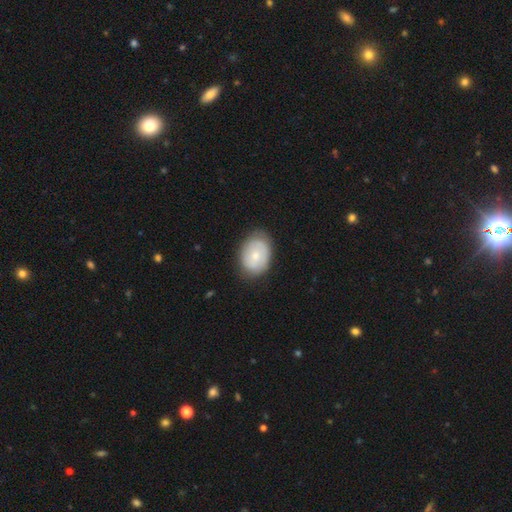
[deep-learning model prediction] Smooth or featured? Predicted: smooth (p=0.62). How rounded? Predicted: in between (p=0.68). Merging? Predicted: none (p=0.76).